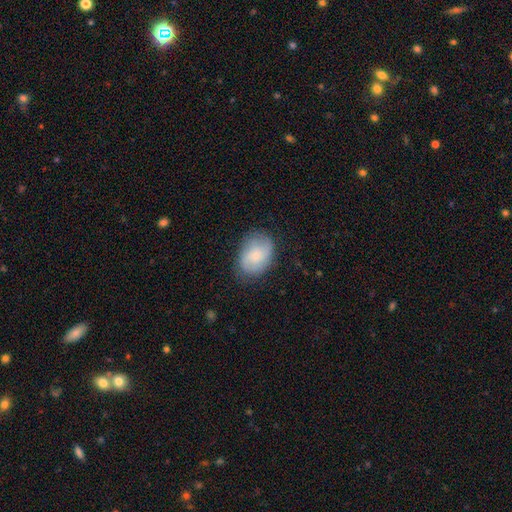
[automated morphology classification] Smooth or featured? smooth (58%)
How rounded? in between (70%)
Merging? none (75%)